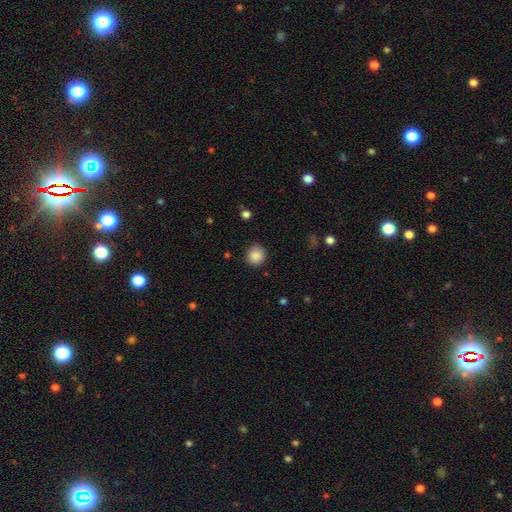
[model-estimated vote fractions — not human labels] Smooth or featured? smooth (88%)
How rounded? round (87%)
Merging? none (88%)